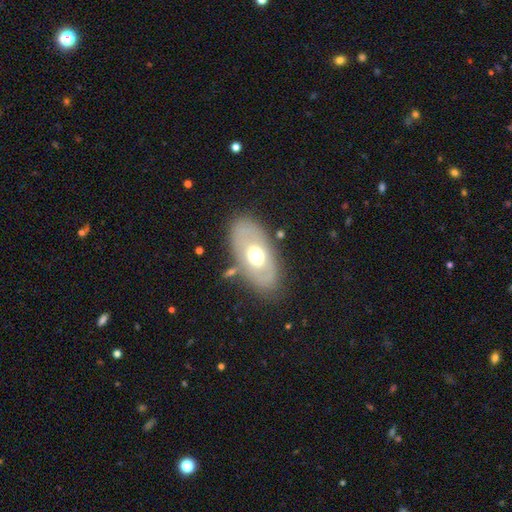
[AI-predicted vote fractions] The model was most divided on "smooth or featured": smooth: 48%, featured or disk: 45%, star or artifact: 7%. More confident: merging — none (76%).